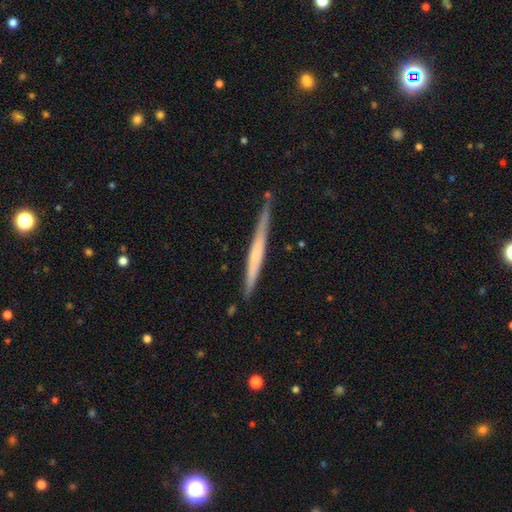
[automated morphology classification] This appears to be a featured or disk galaxy (56%) viewed edge-on (97%) with no central bulge (64%). Merging: none (82%).